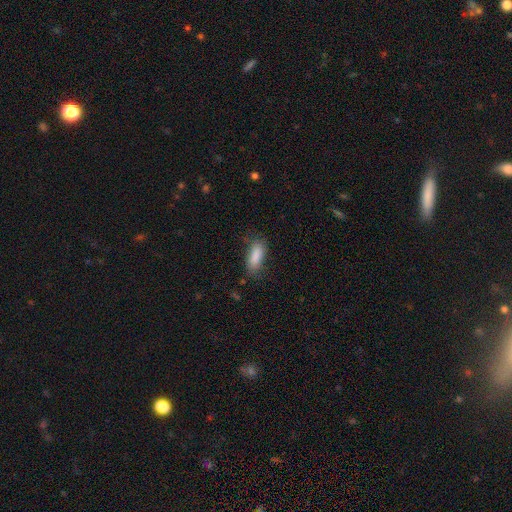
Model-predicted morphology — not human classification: smooth 86%, star or artifact 7%, featured or disk 7%. Down the decision tree: how rounded — in between (79%); merging — none (69%).